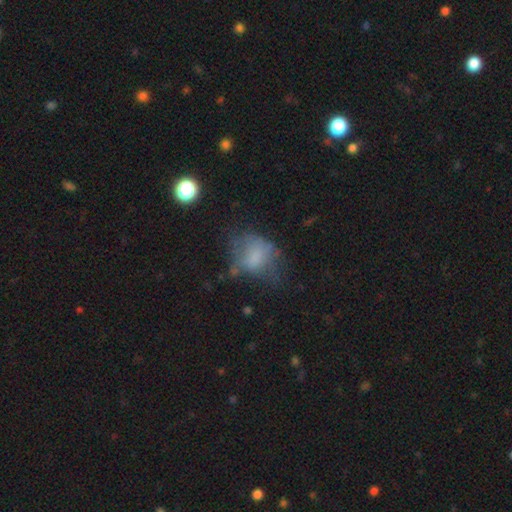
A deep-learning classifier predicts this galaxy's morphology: Overall: smooth (60%; featured or disk 27%). How rounded: in between (56%; round 43%). Merging: none (35%; major disturbance 31%).